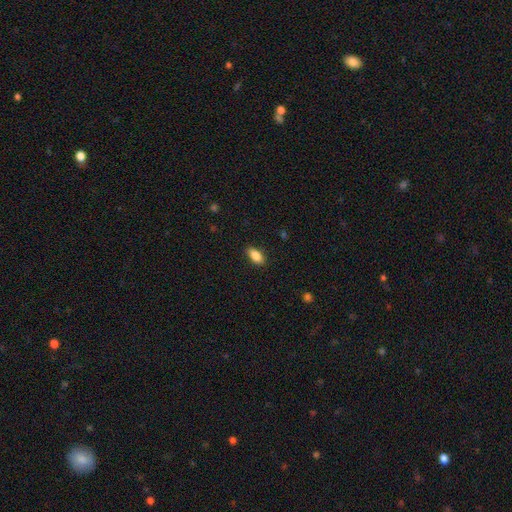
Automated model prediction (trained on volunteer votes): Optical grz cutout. It shows a smooth galaxy with no disk features (86%) that is in between round and cigar-shaped (89%). Merging: none (87%).